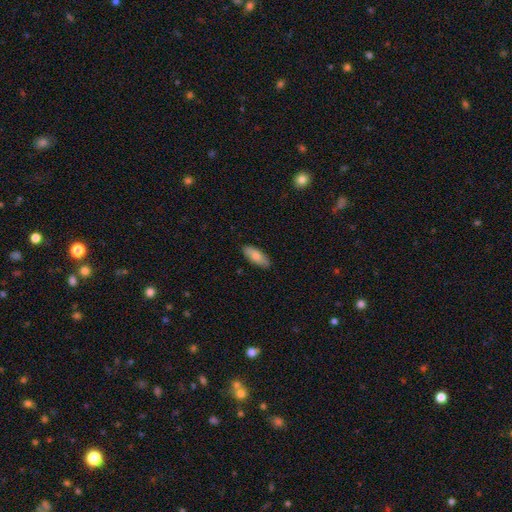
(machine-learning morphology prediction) Smooth or featured? smooth (80%)
How rounded? in between (80%)
Merging? none (87%)